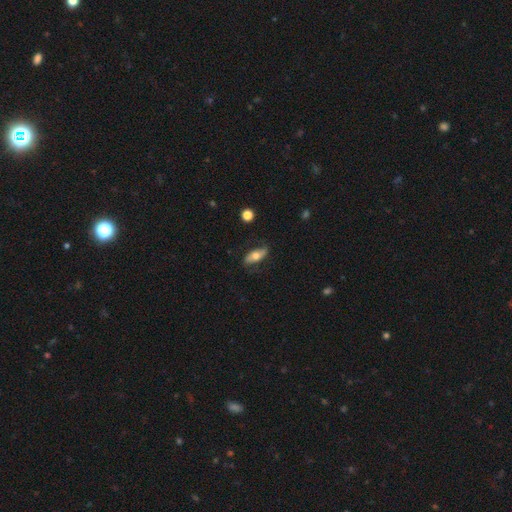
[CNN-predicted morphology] Overall: smooth (54%; featured or disk 40%). How rounded: in between (73%). Merging: none (75%).